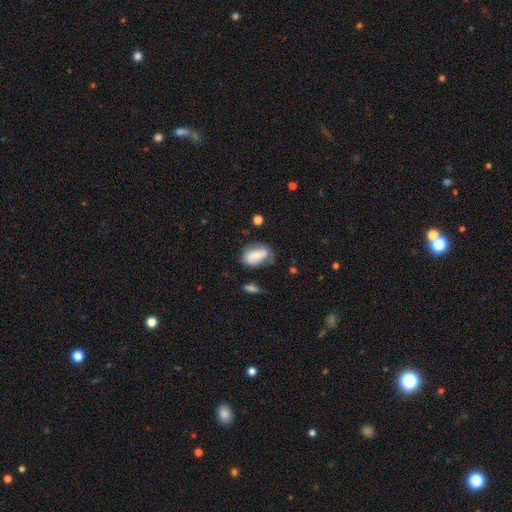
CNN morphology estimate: Smooth or featured: smooth — 62% (featured or disk — 31%)
How rounded: in between — 87% (round — 10%)
Merging: none — 47% (minor disturbance — 32%)